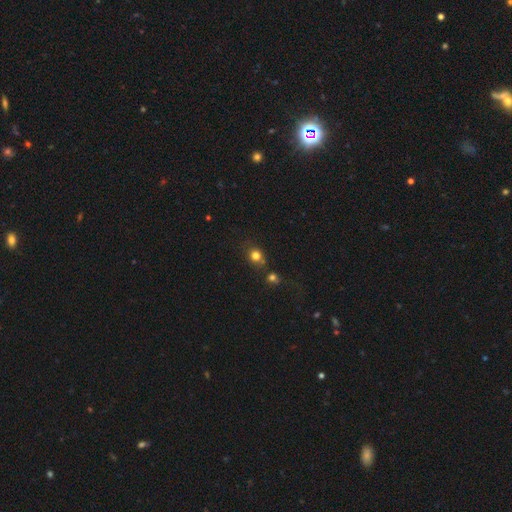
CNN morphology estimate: smooth-or-featured: smooth: 76% | star or artifact: 16% | featured or disk: 7%
  how-rounded: round: 82% | in between: 17% | cigar-shaped: 1%
  merging: none: 61% | merger: 23% | minor disturbance: 11% | major disturbance: 5%